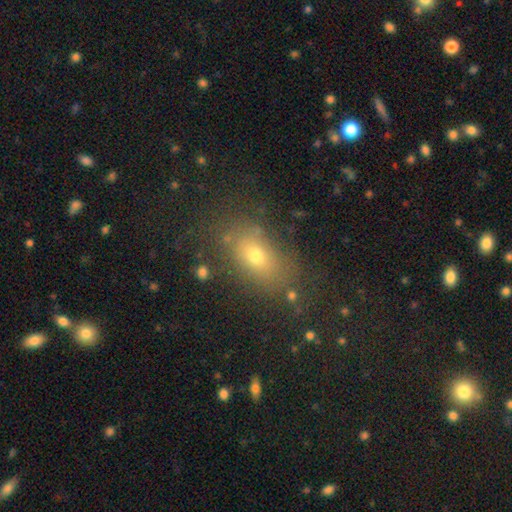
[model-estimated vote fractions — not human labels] Q: Smooth or featured?
A: smooth (66%); runner-up: star or artifact (20%)
Q: How rounded?
A: in between (74%); runner-up: round (22%)
Q: Merging?
A: none (78%); runner-up: minor disturbance (13%)